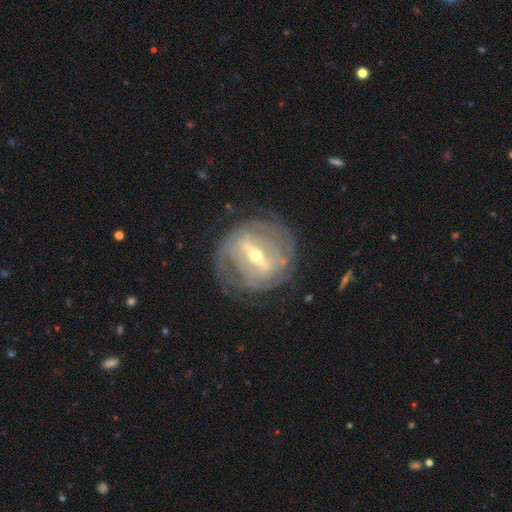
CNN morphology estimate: The model was most divided on "spiral arm count" (2-way tie): can't tell: 36%, 2: 36%, 3: 12%, 4: 7%, 1: 5%, more than 4: 4%. More confident: edge-on disk — no (89%); smooth or featured — featured or disk (87%); spiral arms — yes (83%); merging — none (76%); bar — strong (70%); spiral winding — tight (60%); bulge size — moderate (50%).